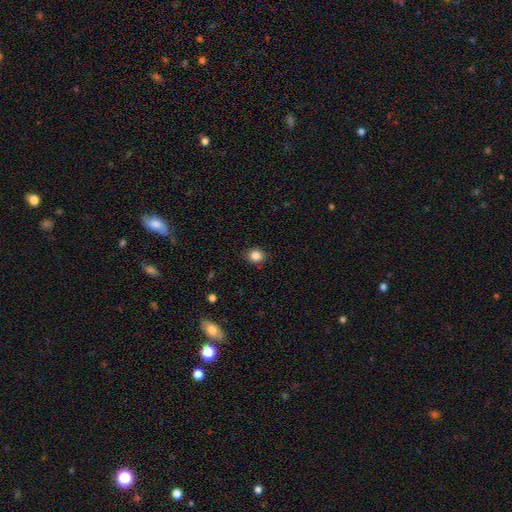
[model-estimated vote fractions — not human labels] A smooth galaxy with no disk features (85%) that is round (70%). Merging: none (87%).